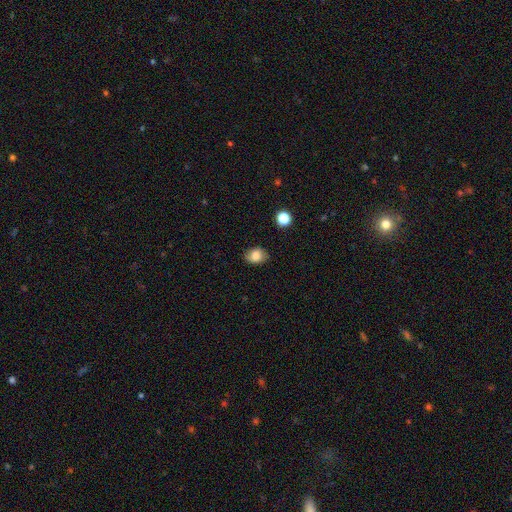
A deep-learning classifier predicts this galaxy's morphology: Smooth or featured: smooth — 79% (featured or disk — 11%)
How rounded: in between — 65% (round — 34%)
Merging: none — 77% (minor disturbance — 18%)